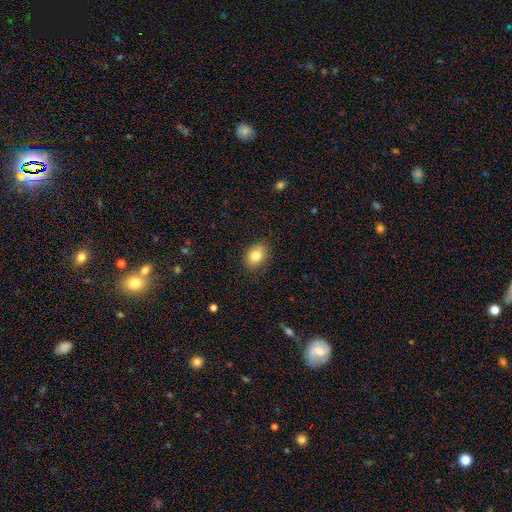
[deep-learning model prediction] Smooth or featured: smooth — 82% (star or artifact — 9%)
How rounded: in between — 63% (round — 36%)
Merging: none — 85% (minor disturbance — 11%)